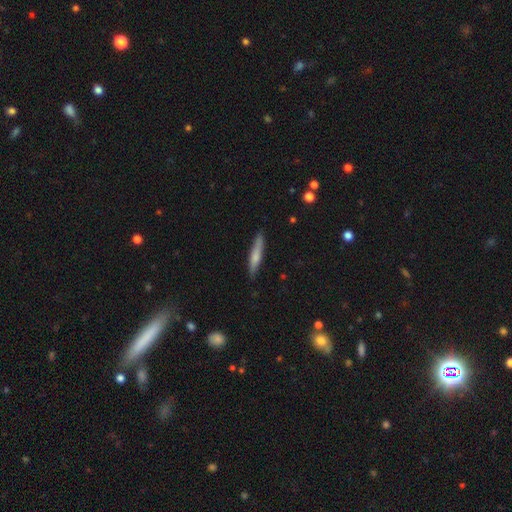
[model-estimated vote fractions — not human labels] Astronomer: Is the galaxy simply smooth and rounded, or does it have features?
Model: smooth — 68%.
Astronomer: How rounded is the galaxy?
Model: cigar-shaped — 90%.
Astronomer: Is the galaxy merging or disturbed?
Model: none — 85%.